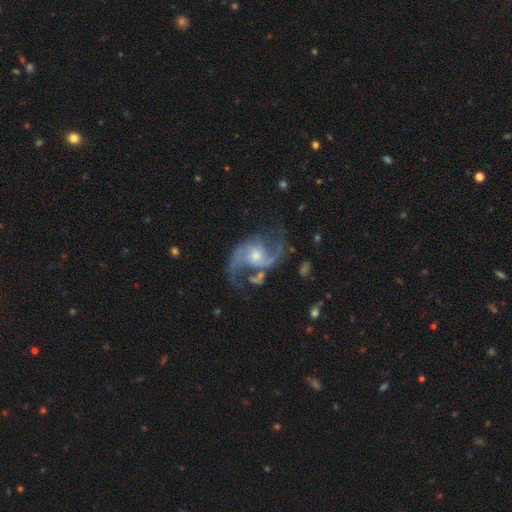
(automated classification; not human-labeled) A featured or disk galaxy (90%) with no bar (59%), 2 (91%) loose (47%) spiral arms (97%) and a small central bulge (46%, tied with moderate).

Vote fractions:
- Smooth or featured? featured or disk: 90% / star or artifact: 6% / smooth: 4%
- Edge-on disk? no: 98% / yes: 2%
- Bar? no: 59% / weak: 32% / strong: 9%
- Spiral arms? yes: 97% / no: 3%
- Spiral winding? loose: 47% / medium: 45% / tight: 8%
- Spiral arm count? 2: 91% / 3: 3% / can't tell: 2% / 1: 2% / 4: 1% / more than 4: 1%
- Bulge size? small: 46% (tied) / moderate: 46% (tied) / large: 4% / none: 3% / dominant: 1%
- Merging? none: 67% / minor disturbance: 16% / major disturbance: 12% / merger: 4%